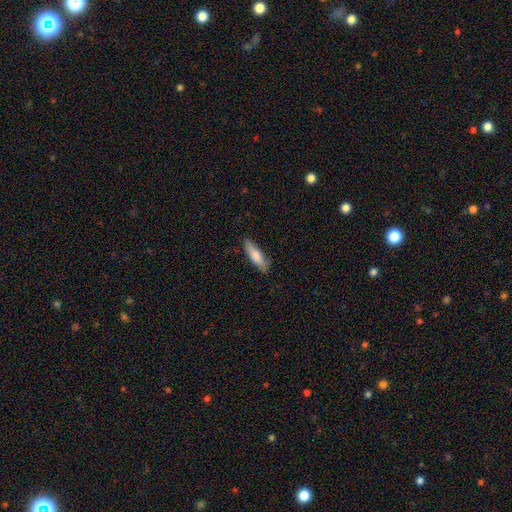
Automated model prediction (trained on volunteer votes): Morphology: type=smooth (74%); roundness=cigar-shaped (66%); merging=none (79%).